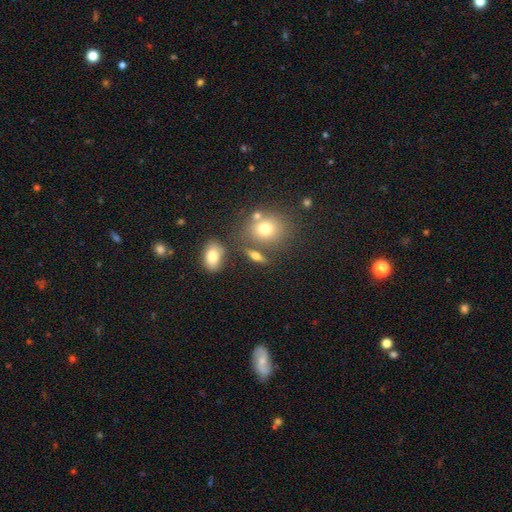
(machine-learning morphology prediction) smooth 60%, featured or disk 27%, star or artifact 13%. Down the decision tree: how rounded — in between (47%); merging — none (70%).